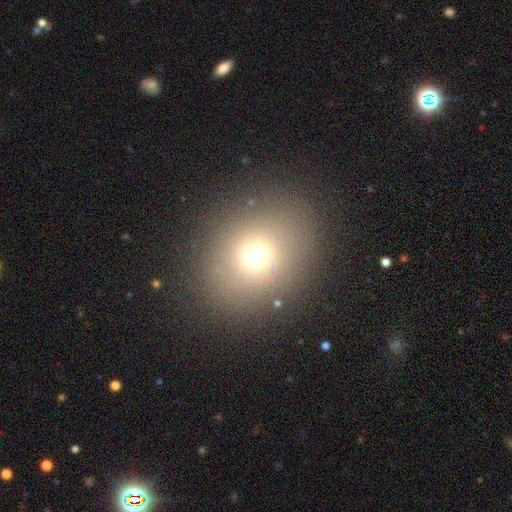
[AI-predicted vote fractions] Smooth or featured? Predicted: smooth (p=0.69). How rounded? Predicted: round (p=0.59). Merging? Predicted: none (p=0.86).